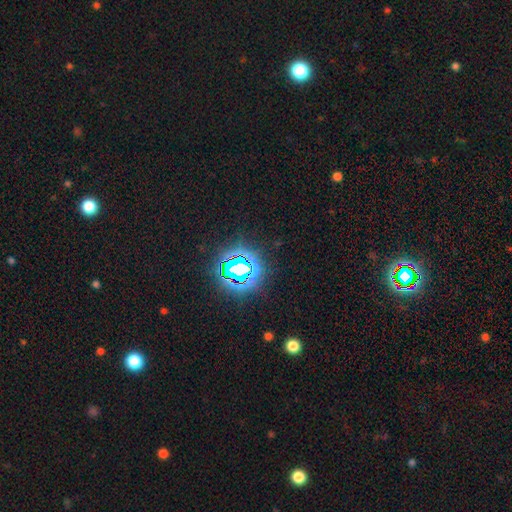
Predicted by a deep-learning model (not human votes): Smooth or featured? Predicted: star or artifact (p=0.76).